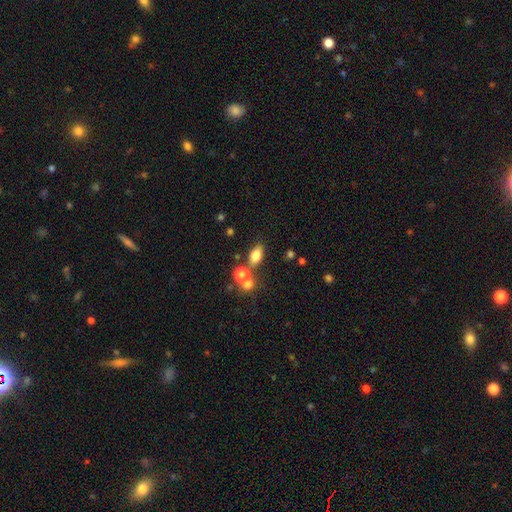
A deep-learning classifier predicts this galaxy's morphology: Overall: smooth (77%). How rounded: in between (79%). Merging: none (66%).